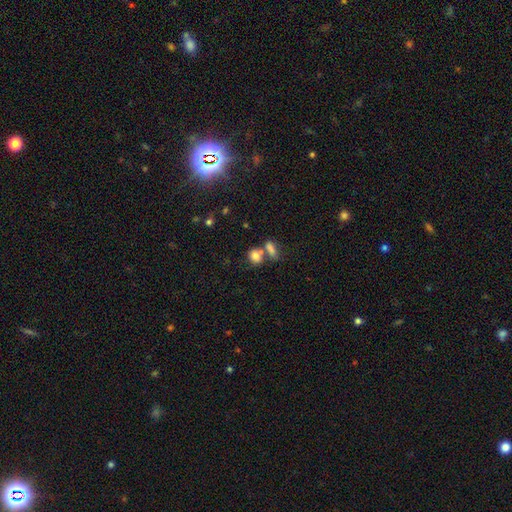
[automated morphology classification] This is clearly a smooth galaxy (80%). How rounded: possibly round (54%). Merging: marginally none (43%).